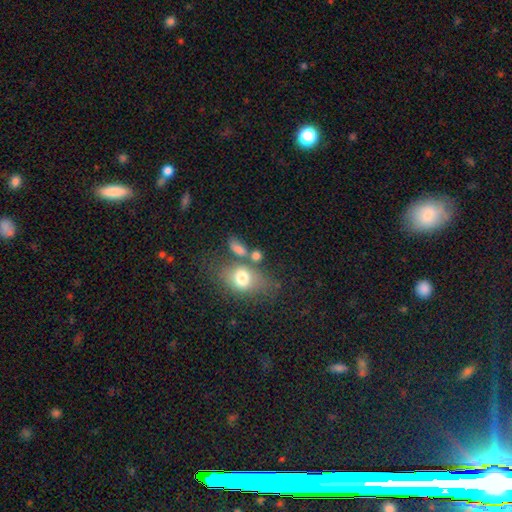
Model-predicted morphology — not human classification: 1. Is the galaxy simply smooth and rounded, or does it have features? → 73% smooth, 15% featured or disk, 12% star or artifact.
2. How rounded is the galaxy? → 60% in between, 34% round, 6% cigar-shaped.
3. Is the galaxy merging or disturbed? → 46% none, 30% merger, 14% minor disturbance, 9% major disturbance.